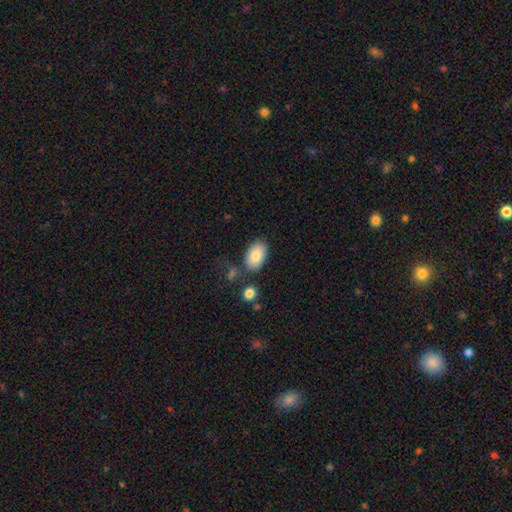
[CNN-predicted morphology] smooth_or_featured: smooth (p=0.84) [alt: featured or disk p=0.10]
how_rounded: in between (p=0.92) [alt: round p=0.07]
merging: none (p=0.75) [alt: minor disturbance p=0.14]